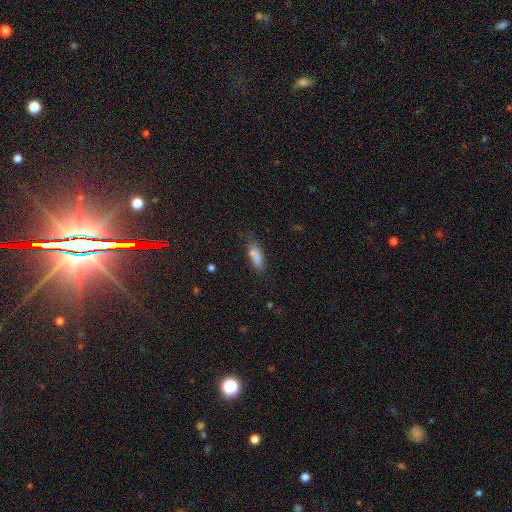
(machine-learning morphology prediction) The model was most divided on "merging": none: 54%, minor disturbance: 28%, major disturbance: 12%, merger: 7%. More confident: smooth or featured — smooth (80%); how rounded — in between (70%).